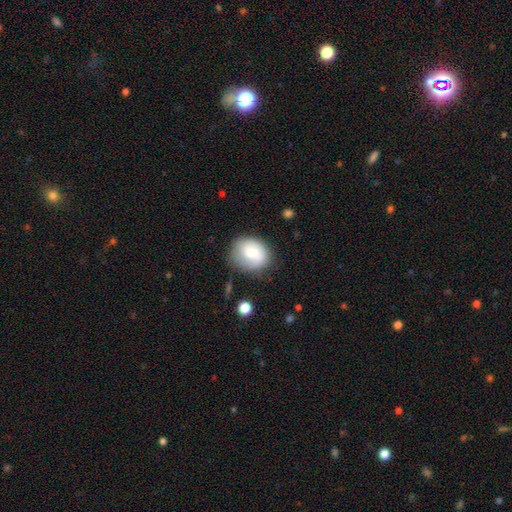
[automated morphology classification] Overall: smooth (73%). How rounded: round (56%; in between 44%). Merging: none (70%).